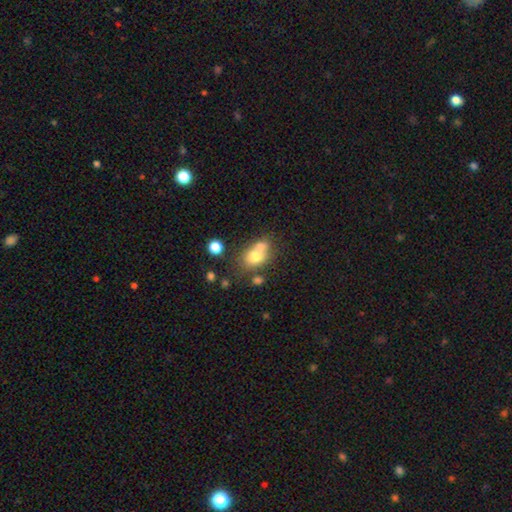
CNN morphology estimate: Q: Smooth or featured?
A: smooth (72%); runner-up: featured or disk (17%)
Q: How rounded?
A: in between (61%); runner-up: round (37%)
Q: Merging?
A: none (40%); tied with: merger (40%)